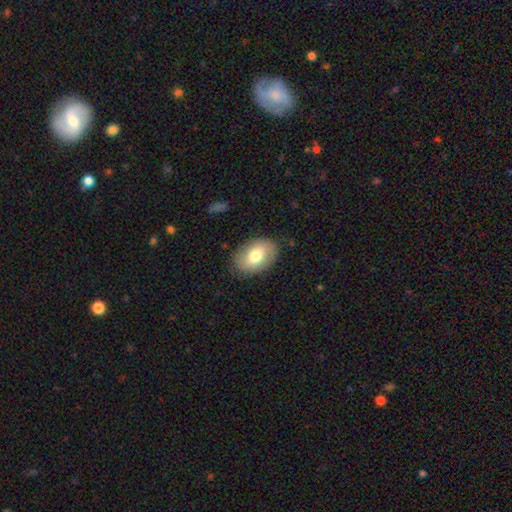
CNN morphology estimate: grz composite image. It shows a smooth galaxy with no disk features (70%) that is in between round and cigar-shaped (83%). Merging: none (84%).